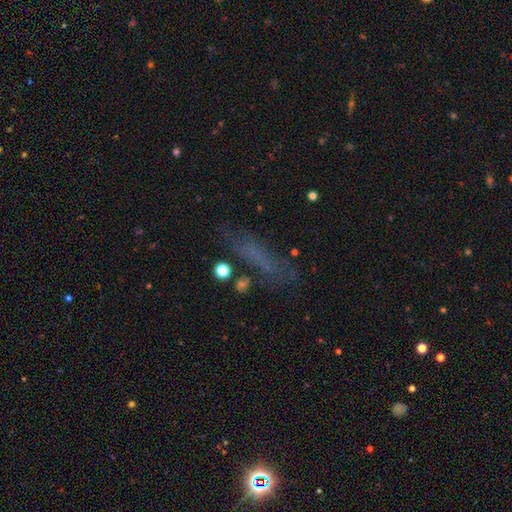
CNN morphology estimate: Overall: smooth (47%; star or artifact 27%). Merging: none (66%).